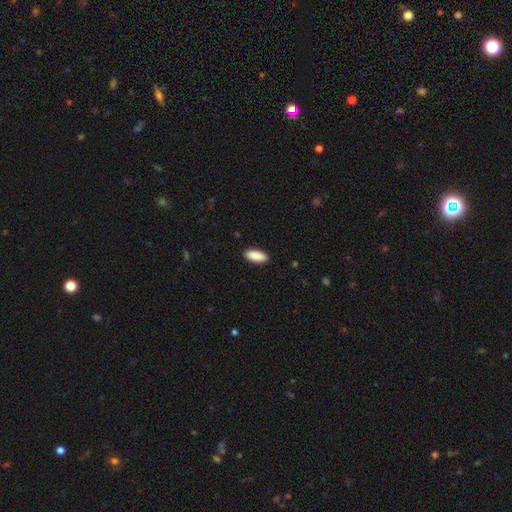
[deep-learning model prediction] Smooth or featured? smooth (91%)
How rounded? in between (81%)
Merging? none (90%)